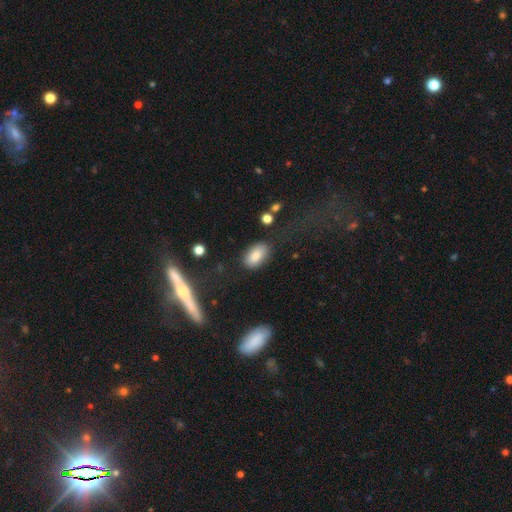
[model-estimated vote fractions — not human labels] Morphology: type=smooth (83%); roundness=in between (90%); merging=none (81%).